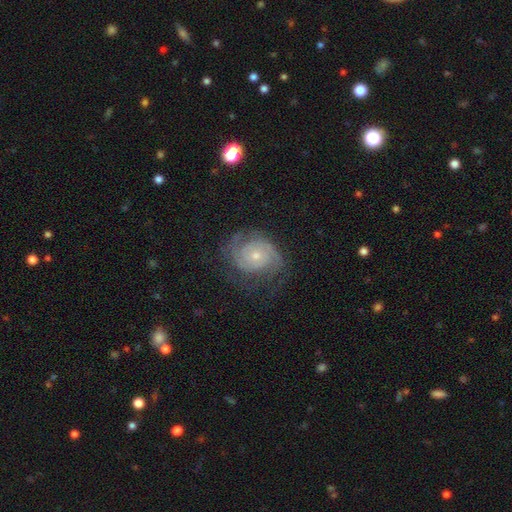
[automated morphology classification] The model was most divided on "spiral arm count": 2: 49%, can't tell: 22%, 3: 15%, 4: 5%, 1: 5%, more than 4: 4%. More confident: edge-on disk — no (98%); spiral arms — yes (95%); smooth or featured — featured or disk (85%); bar — no (77%); merging — none (67%); spiral winding — tight (66%); bulge size — small (62%).